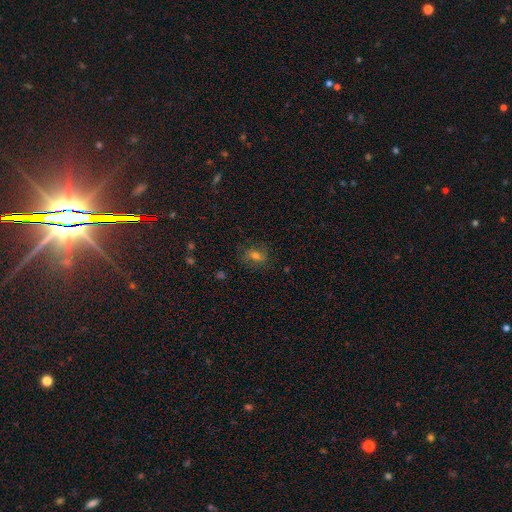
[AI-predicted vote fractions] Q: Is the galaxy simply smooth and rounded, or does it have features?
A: smooth — 56%.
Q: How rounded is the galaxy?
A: in between — 60%.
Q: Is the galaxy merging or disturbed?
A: none — 79%.